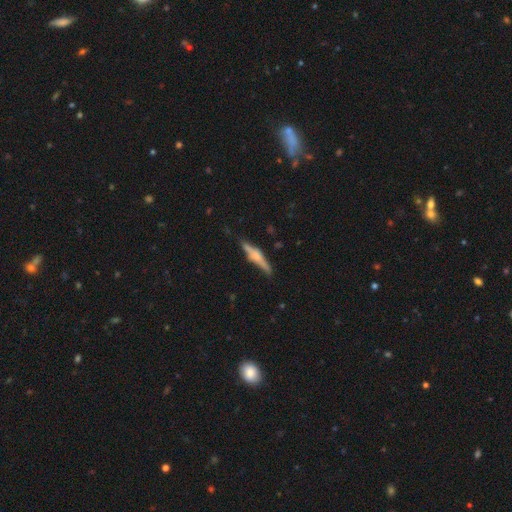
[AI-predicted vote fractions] featured or disk 56%, smooth 38%, star or artifact 7%. Down the decision tree: edge-on disk — yes (95%); edge-on bulge — rounded (69%); merging — none (76%).